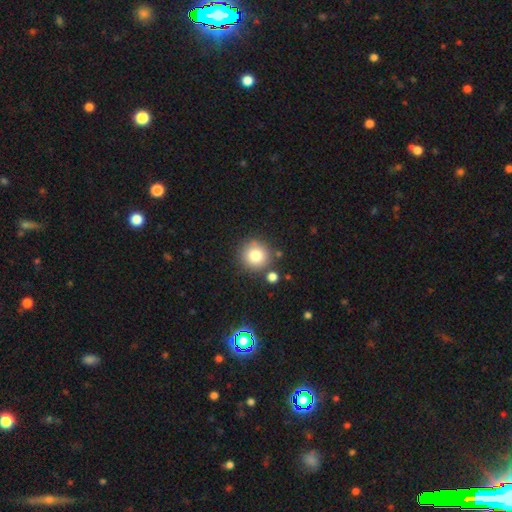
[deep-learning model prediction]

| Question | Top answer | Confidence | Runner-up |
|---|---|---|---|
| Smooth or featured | smooth | 80% | star or artifact (11%) |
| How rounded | round | 94% | in between (5%) |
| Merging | none | 81% | minor disturbance (9%) |